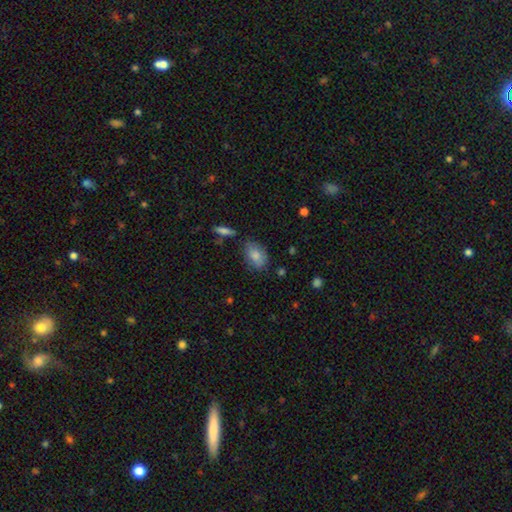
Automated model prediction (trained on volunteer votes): Smooth or featured? Predicted: smooth (p=0.81). How rounded? Predicted: in between (p=0.86). Merging? Predicted: none (p=0.70).